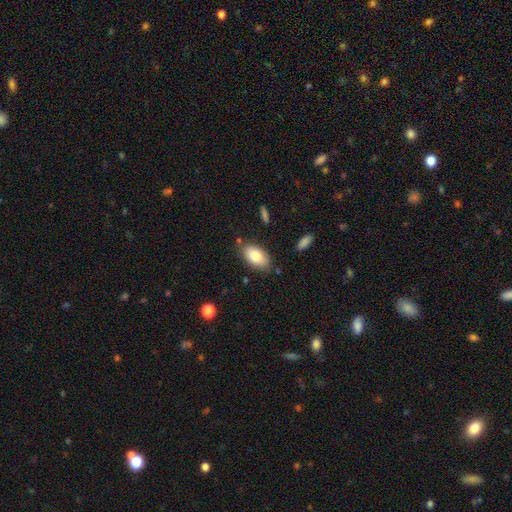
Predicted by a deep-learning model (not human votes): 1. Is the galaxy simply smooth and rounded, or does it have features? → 82% smooth, 11% featured or disk, 7% star or artifact.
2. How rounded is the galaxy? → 94% in between, 4% round, 2% cigar-shaped.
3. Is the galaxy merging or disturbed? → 79% none, 14% minor disturbance, 4% merger, 3% major disturbance.